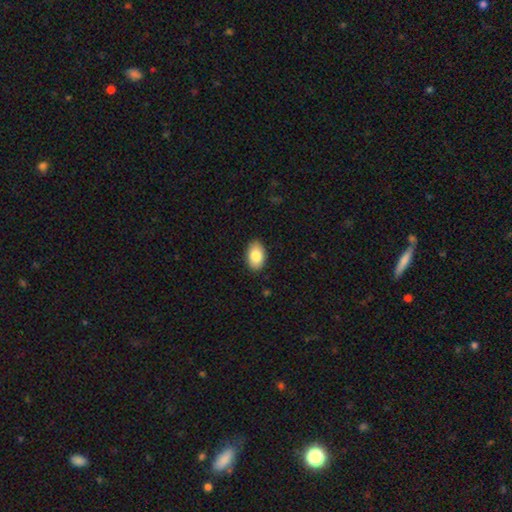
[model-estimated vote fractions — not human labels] smooth 84%, featured or disk 9%, star or artifact 7%. Down the decision tree: how rounded — in between (91%); merging — none (89%).